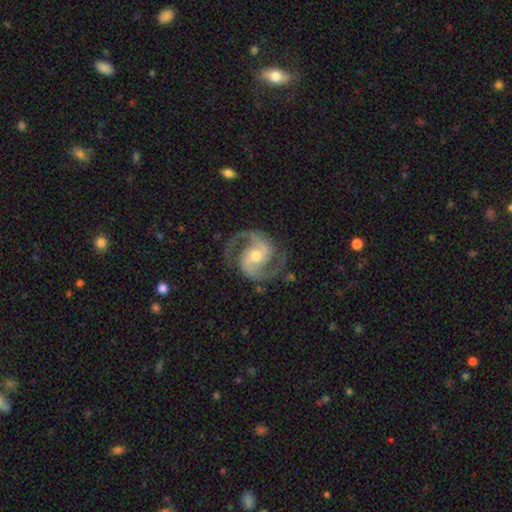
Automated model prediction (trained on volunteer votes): A featured or disk galaxy (93%) with no bar (42%), 2 (94%) medium (65%) spiral arms (98%) and a moderate central bulge (65%).

Vote fractions:
- Smooth or featured? featured or disk: 93% / star or artifact: 4% / smooth: 3%
- Edge-on disk? no: 98% / yes: 2%
- Bar? no: 42% / weak: 39% / strong: 19%
- Spiral arms? yes: 98% / no: 2%
- Spiral winding? medium: 65% / tight: 22% / loose: 13%
- Spiral arm count? 2: 94% / 3: 2% / can't tell: 1% / 1: 1% / 4: 1% / more than 4: 1%
- Bulge size? moderate: 65% / small: 29% / large: 3% / none: 1% / dominant: 1%
- Merging? none: 81% / minor disturbance: 13% / major disturbance: 5% / merger: 1%